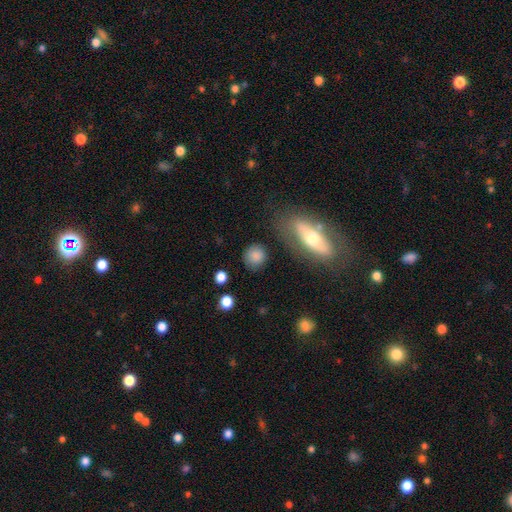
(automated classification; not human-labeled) smooth_or_featured: smooth (p=0.83) [alt: star or artifact p=0.09]
how_rounded: round (p=0.79) [alt: in between p=0.18]
merging: none (p=0.80) [alt: minor disturbance p=0.12]